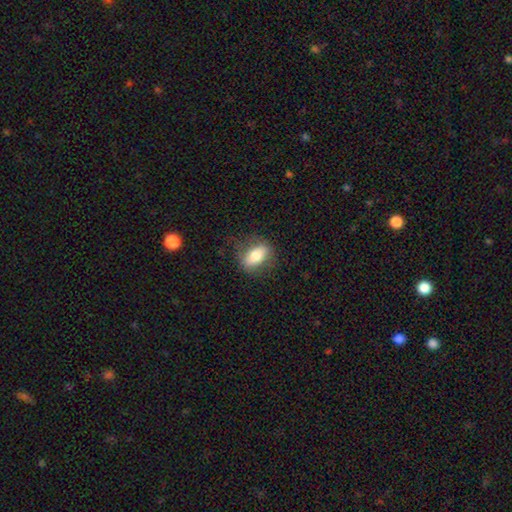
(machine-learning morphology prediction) smooth 72%, featured or disk 20%, star or artifact 7%. Down the decision tree: how rounded — in between (82%); merging — none (77%).